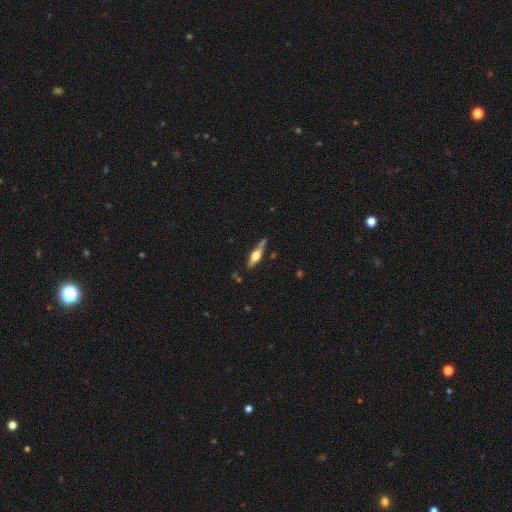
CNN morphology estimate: This is likely a featured or disk galaxy (65%). It is clearly viewed edge-on (95%). Edge-on bulge: clearly rounded (91%). Merging: likely none (77%).